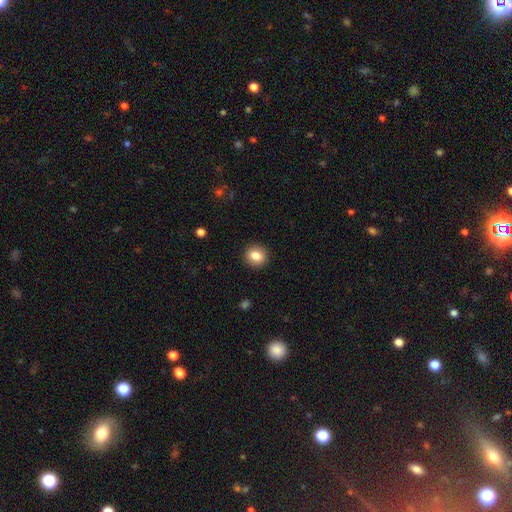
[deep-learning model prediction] The model was most divided on "how rounded": round: 75%, in between: 24%, cigar-shaped: 1%. More confident: merging — none (91%); smooth or featured — smooth (83%).